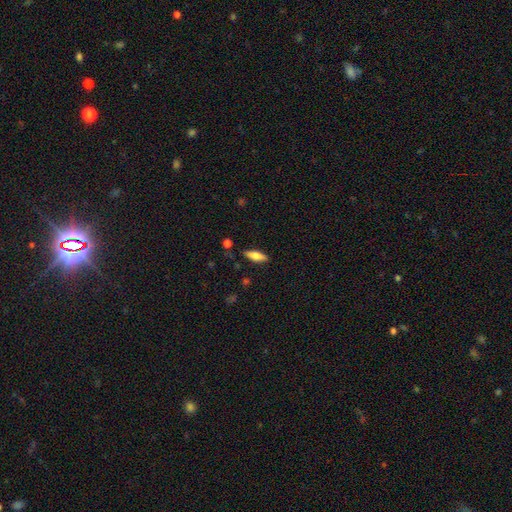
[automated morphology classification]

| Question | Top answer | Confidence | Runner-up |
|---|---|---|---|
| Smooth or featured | smooth | 69% | featured or disk (24%) |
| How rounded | in between | 57% | cigar-shaped (41%) |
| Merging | none | 84% | minor disturbance (12%) |